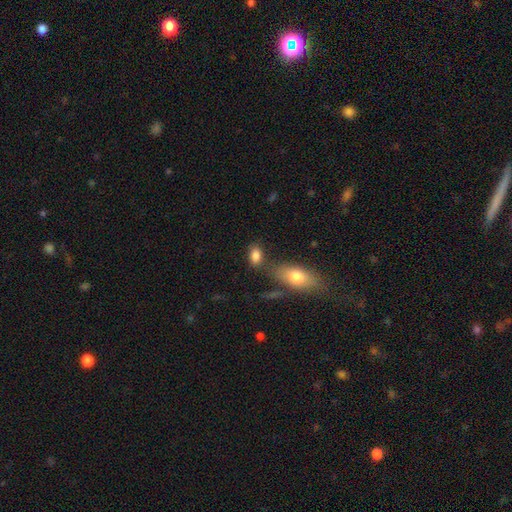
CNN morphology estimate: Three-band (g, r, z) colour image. It shows a smooth galaxy with no disk features (84%) that is in between round and cigar-shaped (86%). Merging: none (64%).